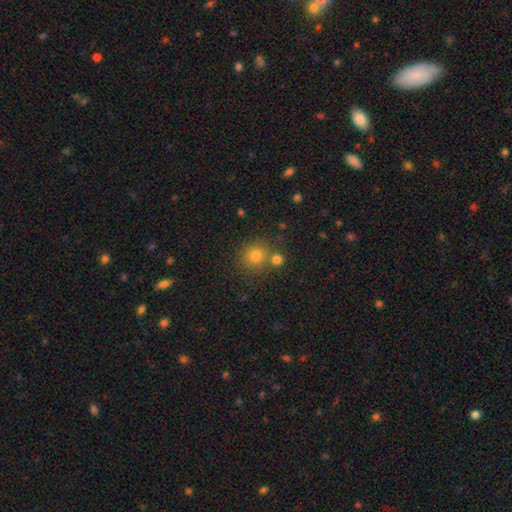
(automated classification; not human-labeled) The model was most divided on "merging": none: 72%, merger: 17%, minor disturbance: 8%, major disturbance: 3%. More confident: how rounded — round (89%); smooth or featured — smooth (77%).